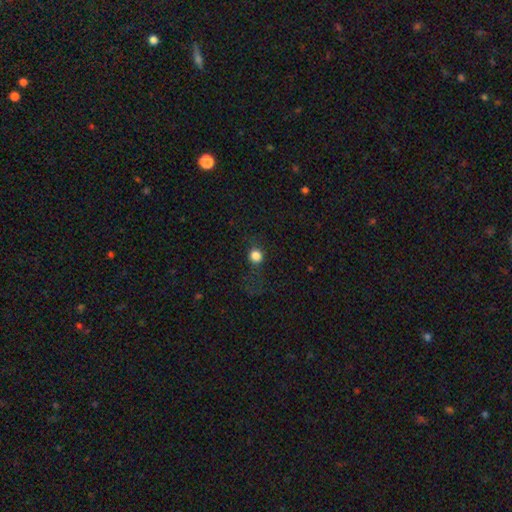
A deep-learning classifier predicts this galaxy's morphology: The model was most divided on "merging": none: 69%, major disturbance: 15%, minor disturbance: 14%, merger: 2%. More confident: how rounded — round (86%); smooth or featured — smooth (80%).